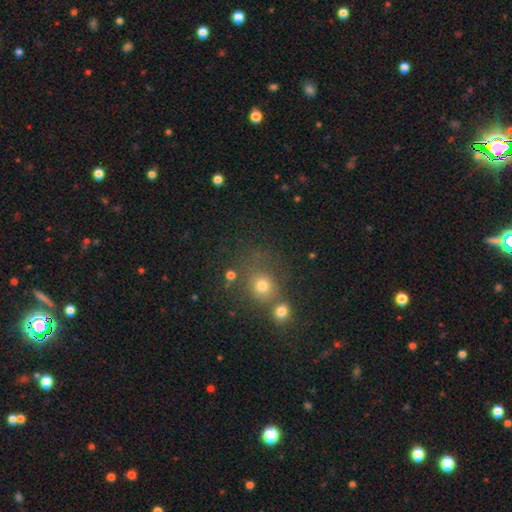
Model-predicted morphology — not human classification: This appears to be a smooth galaxy with no disk features (58%) that is round (83%). Merging: none (55%).